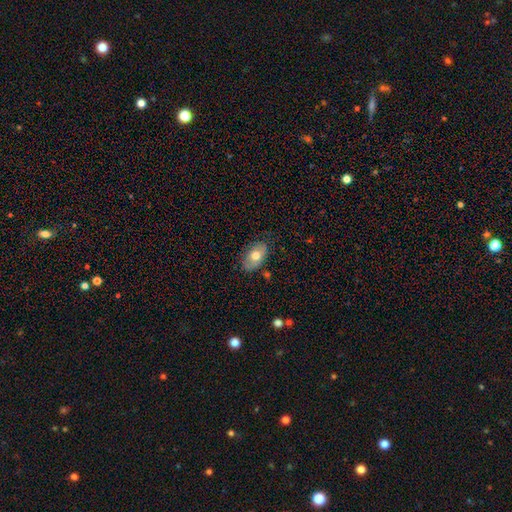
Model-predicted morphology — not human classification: Overall: smooth (67%). How rounded: in between (90%). Merging: none (76%).